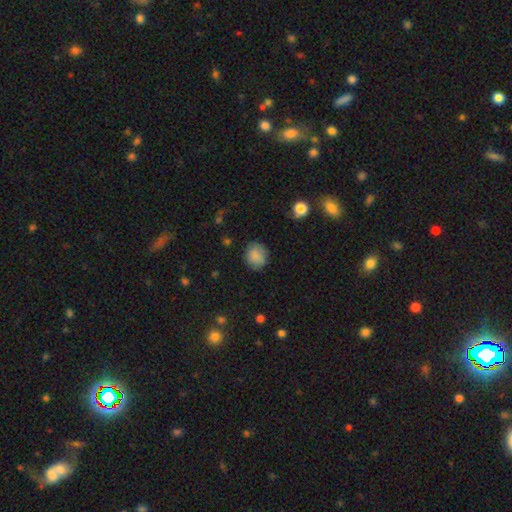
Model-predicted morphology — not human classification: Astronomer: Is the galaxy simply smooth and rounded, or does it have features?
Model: smooth — 85%.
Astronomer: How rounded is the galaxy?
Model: round — 75%.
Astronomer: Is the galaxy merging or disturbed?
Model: none — 81%.